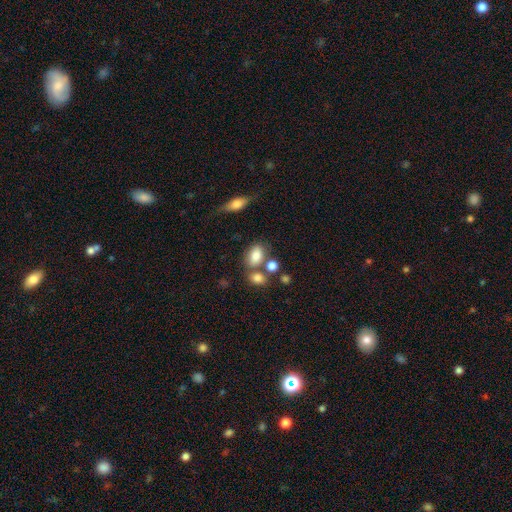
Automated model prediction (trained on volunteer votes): smooth 79%, featured or disk 11%, star or artifact 10%. Down the decision tree: how rounded — in between (82%); merging — none (55%).